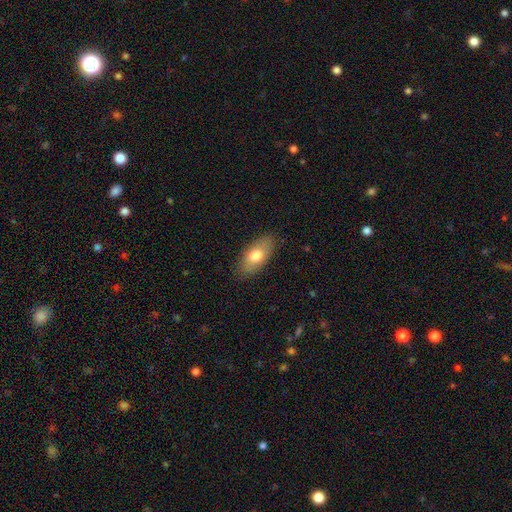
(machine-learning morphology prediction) This appears to be a smooth galaxy with no disk features (75%) that is in between round and cigar-shaped (89%). Merging: none (84%).